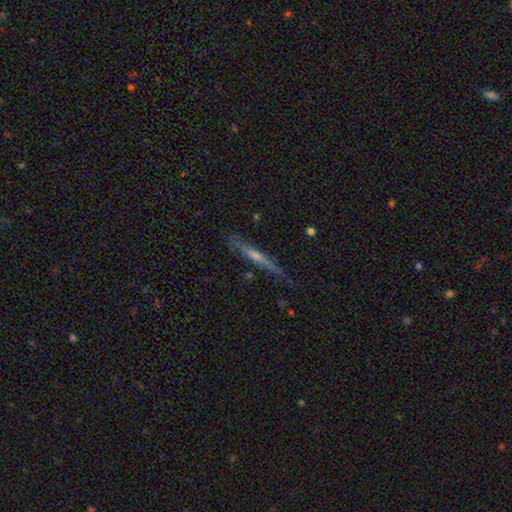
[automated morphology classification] Overall: featured or disk (67%). Edge-on disk: yes (97%). Edge-on bulge: rounded (65%; none 27%). Merging: none (81%).